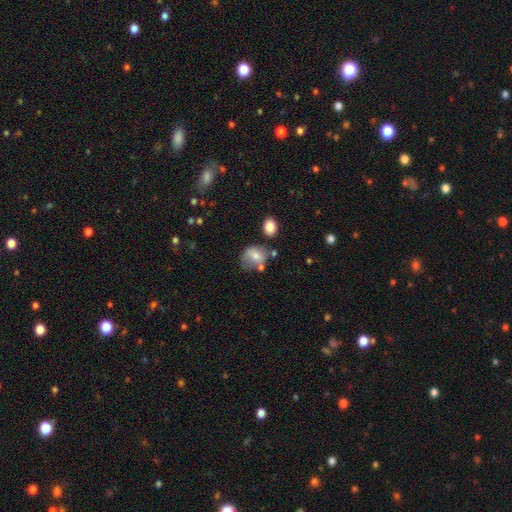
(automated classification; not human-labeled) This appears to be a smooth galaxy with no disk features (69%) that is round (52%). Merging: none (43%).